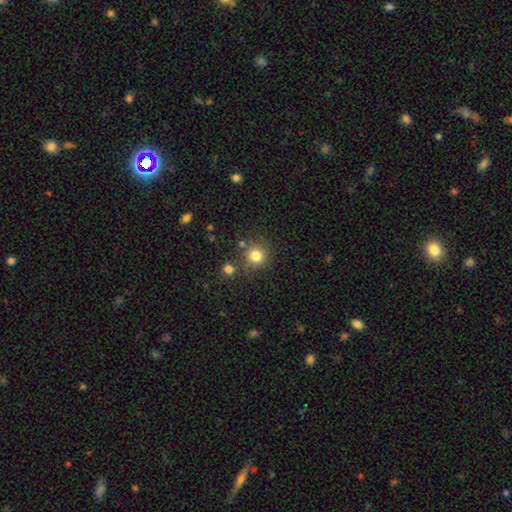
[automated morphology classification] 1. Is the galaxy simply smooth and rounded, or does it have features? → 82% smooth, 12% star or artifact, 6% featured or disk.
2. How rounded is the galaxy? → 92% round, 7% in between, 1% cigar-shaped.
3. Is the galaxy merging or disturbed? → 78% none, 10% merger, 9% minor disturbance, 3% major disturbance.